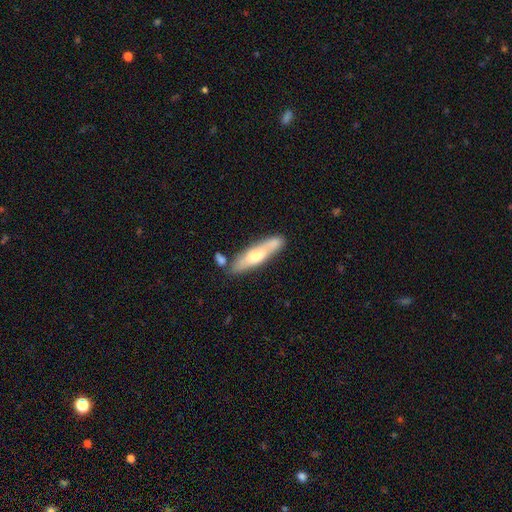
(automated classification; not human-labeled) A featured or disk galaxy (48%).

Vote fractions:
- Smooth or featured? featured or disk: 48% / smooth: 47% / star or artifact: 6%
- Merging? none: 67% / minor disturbance: 16% / merger: 13% / major disturbance: 4%